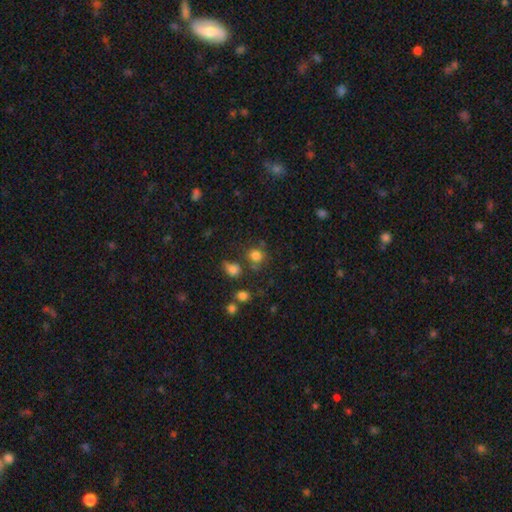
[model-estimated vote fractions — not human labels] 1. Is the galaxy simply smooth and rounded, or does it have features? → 79% smooth, 14% star or artifact, 7% featured or disk.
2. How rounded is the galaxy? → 78% round, 21% in between, 1% cigar-shaped.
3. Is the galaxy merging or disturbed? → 66% none, 14% minor disturbance, 13% merger, 7% major disturbance.